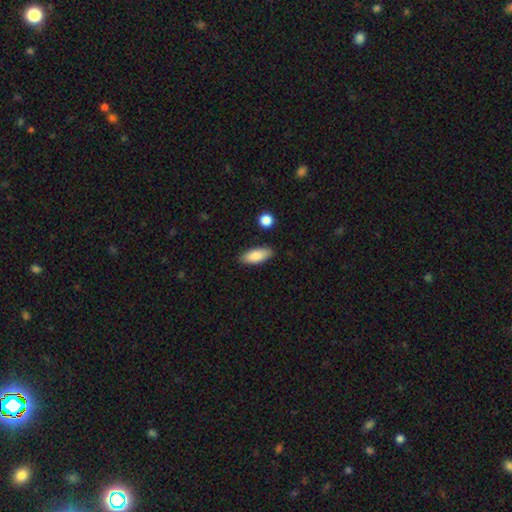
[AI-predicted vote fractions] This is clearly a smooth galaxy (83%). How rounded: likely in between (79%). Merging: clearly none (86%).